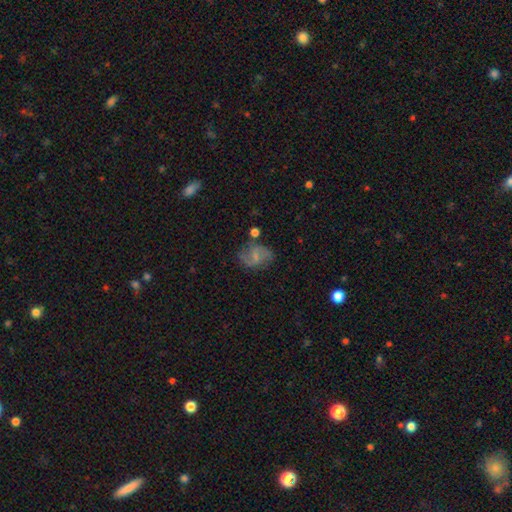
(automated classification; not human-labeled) smooth-or-featured: featured or disk: 65% | smooth: 27% | star or artifact: 8%
  disk-edge-on: no: 97% | yes: 3%
    bar: no: 46% | weak: 45% | strong: 9%
    has-spiral-arms: yes: 90% | no: 10%
      spiral-winding: medium: 46% | loose: 39% | tight: 16%
      spiral-arm-count: 2: 85% | can't tell: 8% | 1: 2% | 3: 2% | 4: 1% | more than 4: 1%
    bulge-size: small: 60% | moderate: 21% | none: 17% | large: 1% | dominant: 1%
  merging: none: 65% | minor disturbance: 21% | major disturbance: 9% | merger: 5%